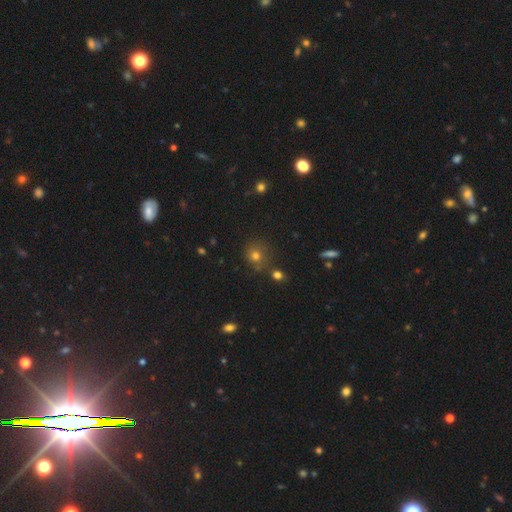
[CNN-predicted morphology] smooth_or_featured: smooth (p=0.72) [alt: star or artifact p=0.20]
how_rounded: round (p=0.84) [alt: in between p=0.15]
merging: none (p=0.70) [alt: minor disturbance p=0.14]